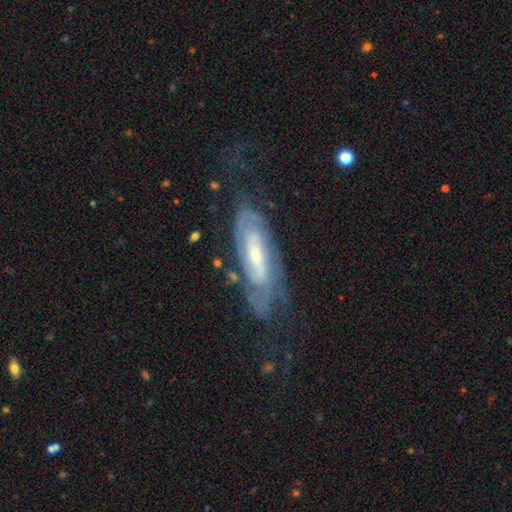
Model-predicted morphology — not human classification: type=featured or disk (81%); edge-on=no (84%); bar=no (41%); spiral arms=yes (92%); winding=tight (62%); arm count=can't tell (42%); bulge=small (47%); merging=none (64%).